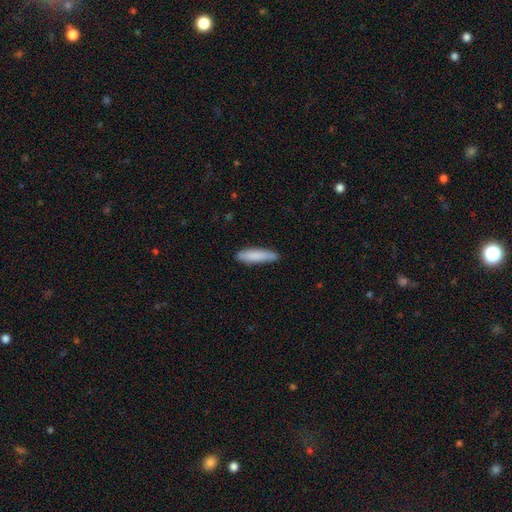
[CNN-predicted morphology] Smooth or featured: smooth — 84% (featured or disk — 11%)
How rounded: cigar-shaped — 77% (in between — 22%)
Merging: none — 78% (minor disturbance — 18%)